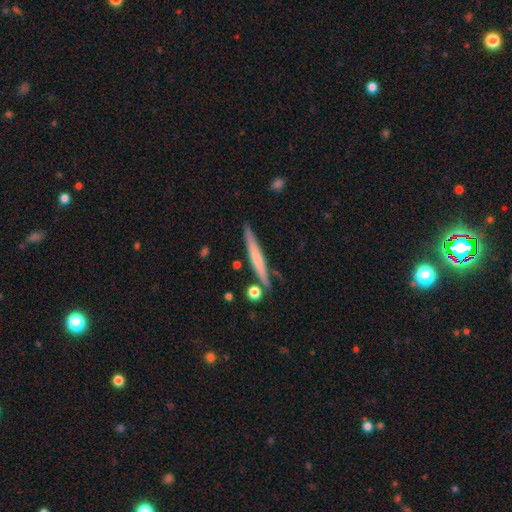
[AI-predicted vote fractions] The model was most divided on "smooth or featured": featured or disk: 47%, smooth: 46%, star or artifact: 6%. More confident: merging — none (82%).